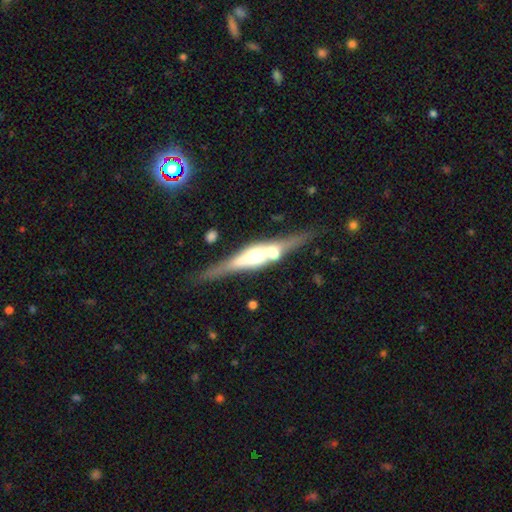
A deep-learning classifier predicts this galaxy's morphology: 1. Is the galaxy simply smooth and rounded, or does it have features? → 76% featured or disk, 18% smooth, 5% star or artifact.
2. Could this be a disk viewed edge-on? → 95% yes, 5% no.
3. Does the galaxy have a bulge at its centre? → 88% rounded, 10% boxy, 3% none.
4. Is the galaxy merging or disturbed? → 72% none, 13% minor disturbance, 11% merger, 4% major disturbance.